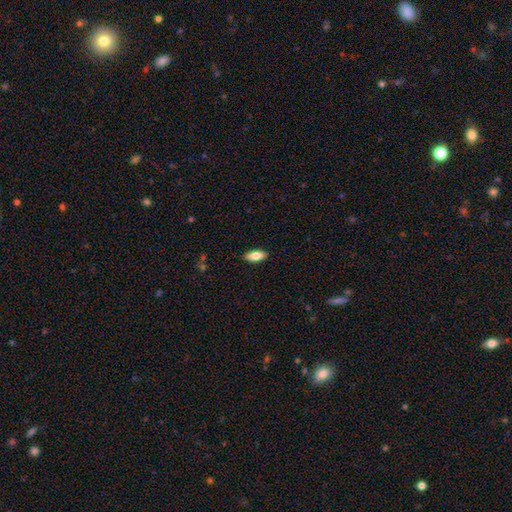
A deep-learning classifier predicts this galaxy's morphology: This is likely a smooth galaxy (79%). How rounded: clearly in between (83%). Merging: clearly none (89%).